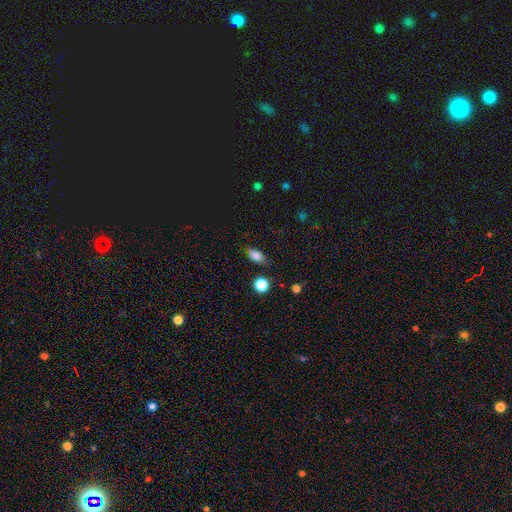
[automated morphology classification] type=smooth (82%); roundness=in between (83%); merging=none (78%).